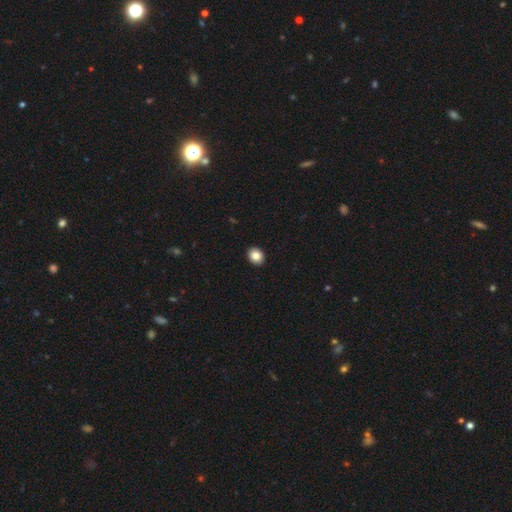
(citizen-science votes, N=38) Morphology: type=smooth (89%); roundness=in between (59%); merging=none (97%).